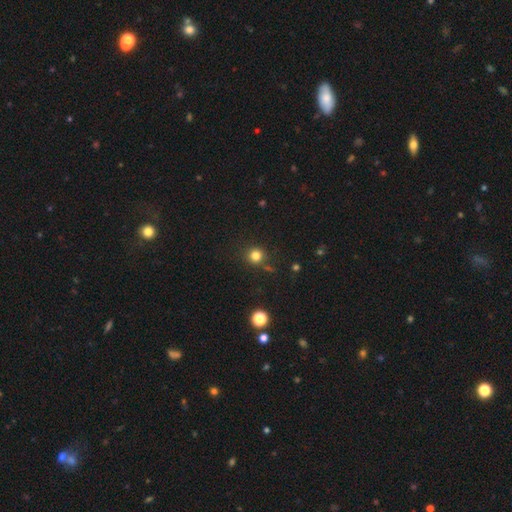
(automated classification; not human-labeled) The model was most divided on "smooth or featured": smooth: 81%, star or artifact: 14%, featured or disk: 5%. More confident: how rounded — round (93%); merging — none (83%).